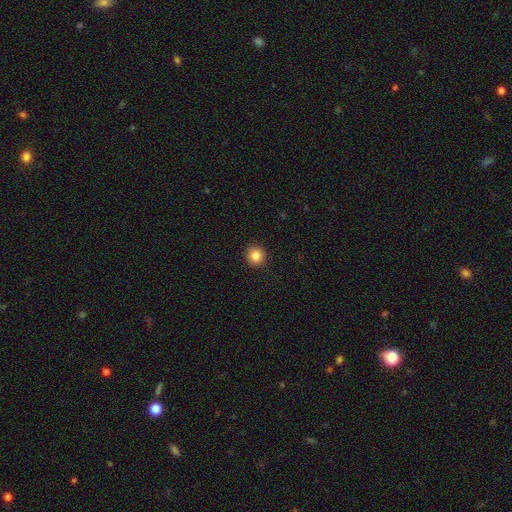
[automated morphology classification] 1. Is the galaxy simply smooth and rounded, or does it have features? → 85% smooth, 11% star or artifact, 4% featured or disk.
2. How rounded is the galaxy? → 94% round, 5% in between, 1% cigar-shaped.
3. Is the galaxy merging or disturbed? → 93% none, 4% minor disturbance, 2% major disturbance, 1% merger.